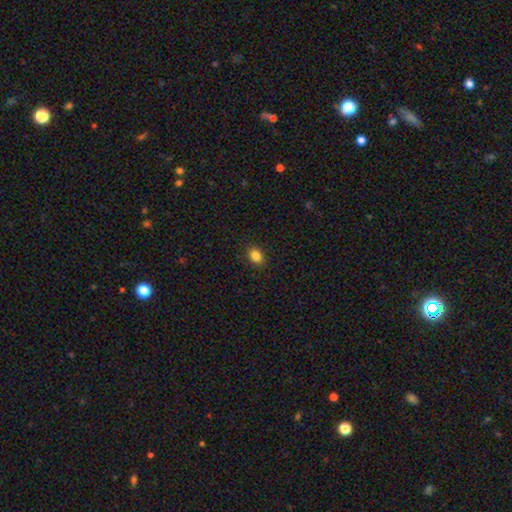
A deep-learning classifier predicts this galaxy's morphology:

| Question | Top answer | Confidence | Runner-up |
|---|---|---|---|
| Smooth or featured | smooth | 85% | star or artifact (10%) |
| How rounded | in between | 69% | round (30%) |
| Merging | none | 89% | minor disturbance (8%) |